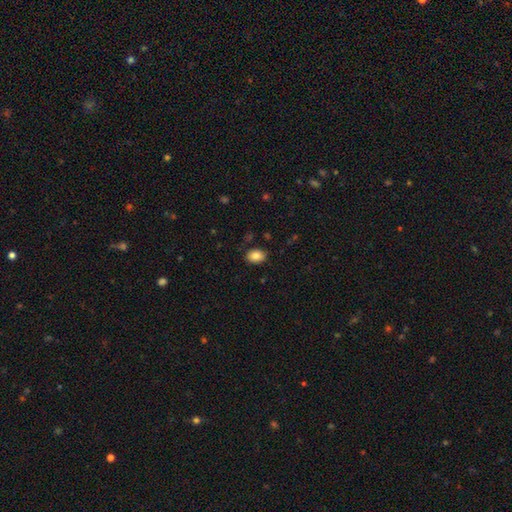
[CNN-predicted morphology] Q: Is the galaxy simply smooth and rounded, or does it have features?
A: smooth — 84%.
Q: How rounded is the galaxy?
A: in between — 77%.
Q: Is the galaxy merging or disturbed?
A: none — 85%.